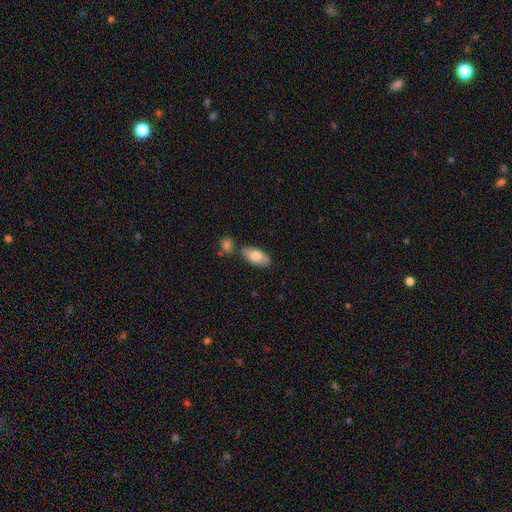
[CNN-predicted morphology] smooth-or-featured: smooth: 78% | featured or disk: 16% | star or artifact: 6%
  how-rounded: in between: 90% | cigar-shaped: 7% | round: 3%
  merging: none: 71% | merger: 13% | minor disturbance: 13% | major disturbance: 3%